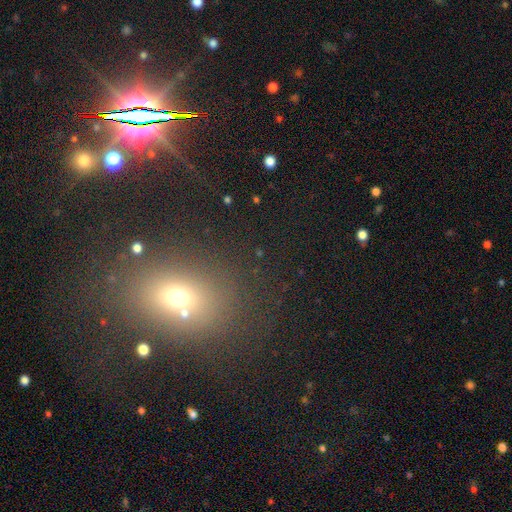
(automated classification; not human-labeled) Smooth or featured? star or artifact (48%)